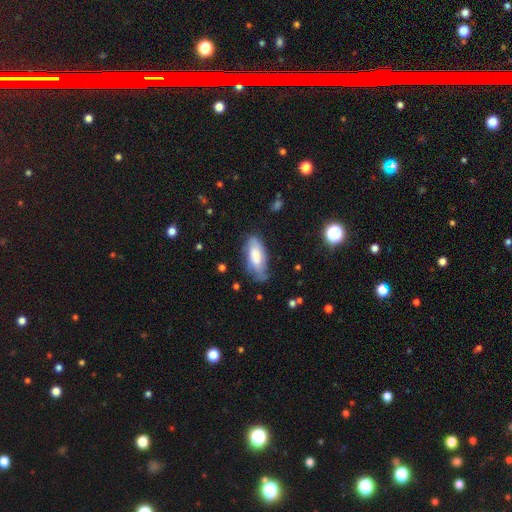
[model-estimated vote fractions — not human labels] smooth_or_featured: smooth (p=0.57) [alt: featured or disk p=0.36]
how_rounded: in between (p=0.83) [alt: cigar-shaped p=0.15]
merging: none (p=0.60) [alt: minor disturbance p=0.28]